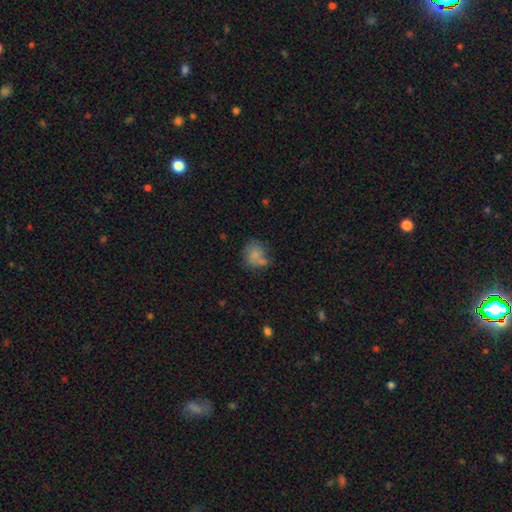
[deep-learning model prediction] smooth 71%, featured or disk 19%, star or artifact 11%. Down the decision tree: how rounded — round (66%); merging — none (44%).